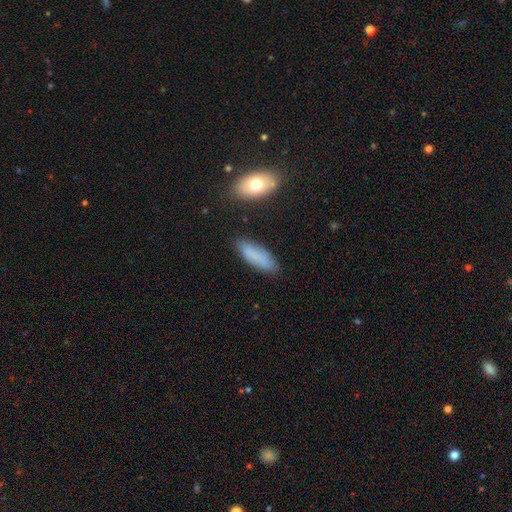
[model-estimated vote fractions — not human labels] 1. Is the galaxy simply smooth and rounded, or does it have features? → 78% smooth, 14% featured or disk, 8% star or artifact.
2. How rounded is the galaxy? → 60% in between, 38% cigar-shaped, 2% round.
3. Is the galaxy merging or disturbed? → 77% none, 16% minor disturbance, 4% major disturbance, 3% merger.